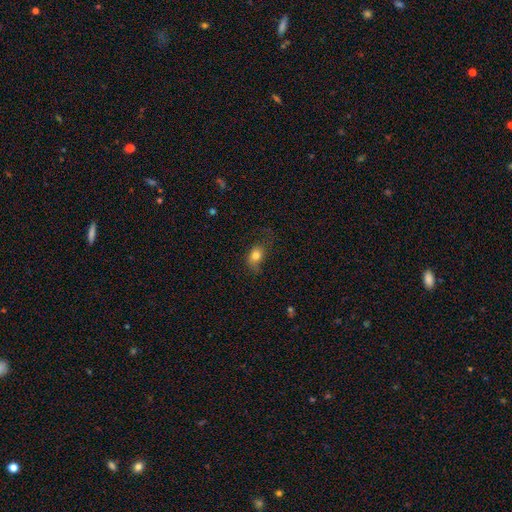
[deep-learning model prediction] smooth_or_featured: smooth (p=0.78) [alt: featured or disk p=0.12]
how_rounded: in between (p=0.72) [alt: round p=0.26]
merging: none (p=0.44) [alt: minor disturbance p=0.31]